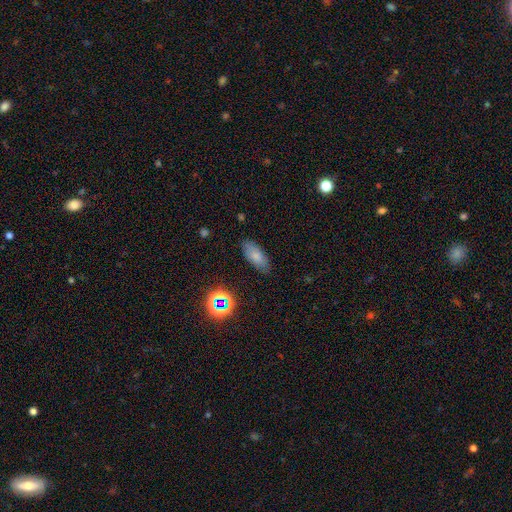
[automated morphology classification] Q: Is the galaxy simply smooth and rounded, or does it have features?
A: smooth — 74%.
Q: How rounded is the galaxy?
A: in between — 82%.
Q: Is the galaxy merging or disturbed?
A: none — 81%.